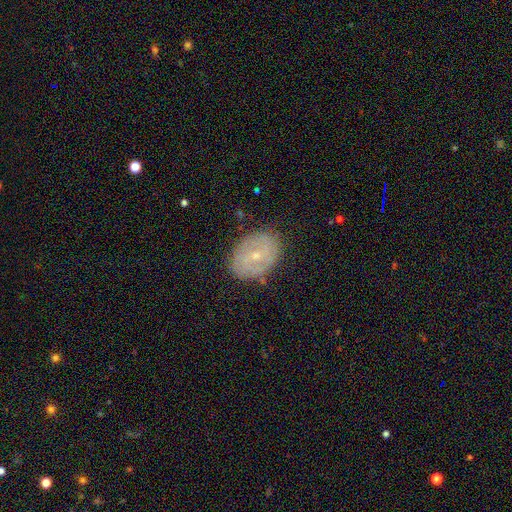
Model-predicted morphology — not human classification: Smooth or featured? Predicted: featured or disk (p=0.64). Edge-on disk? Predicted: no (p=0.95). Bar? Predicted: weak (p=0.46). Spiral arms? Predicted: yes (p=0.69). Bulge size? Predicted: small (p=0.72). Merging? Predicted: none (p=0.82).